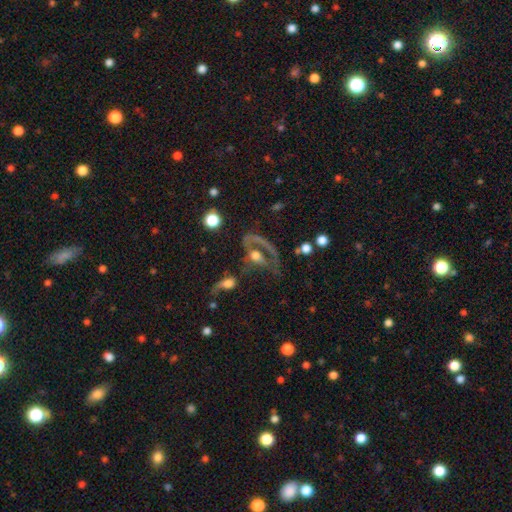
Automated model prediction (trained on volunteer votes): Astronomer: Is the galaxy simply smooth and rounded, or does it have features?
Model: featured or disk — 61%.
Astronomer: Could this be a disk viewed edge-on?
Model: no — 91%.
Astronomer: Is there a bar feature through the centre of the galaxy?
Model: no — 68%.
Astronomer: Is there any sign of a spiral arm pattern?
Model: no — 52% (runner-up: yes, 48%).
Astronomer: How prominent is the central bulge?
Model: moderate — 53%.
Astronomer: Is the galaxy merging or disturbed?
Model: major disturbance — 40% (runner-up: none, 25%).